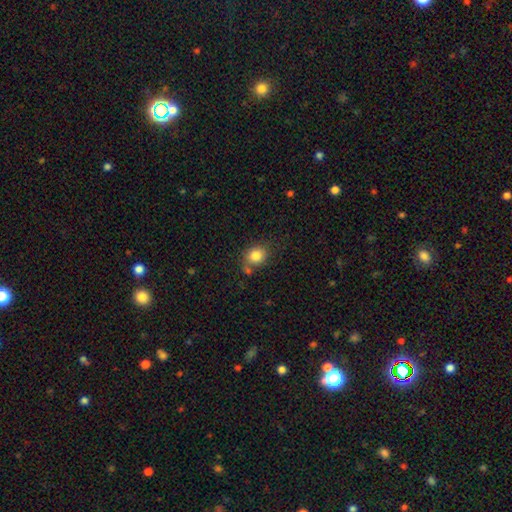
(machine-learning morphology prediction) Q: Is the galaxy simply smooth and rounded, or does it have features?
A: smooth — 83%.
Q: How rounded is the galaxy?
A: round — 65%.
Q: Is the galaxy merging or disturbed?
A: none — 66%.